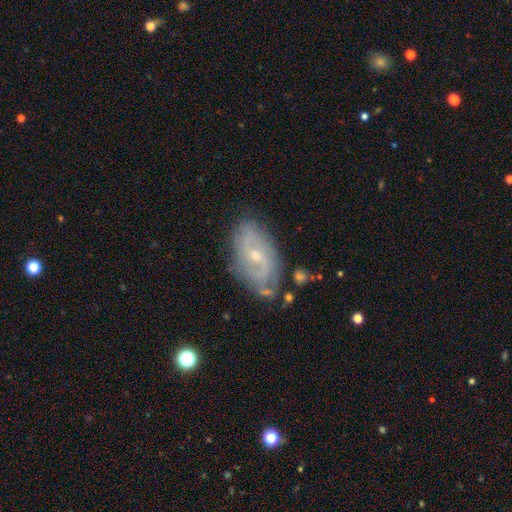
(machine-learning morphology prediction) smooth-or-featured: featured or disk: 77% | smooth: 15% | star or artifact: 7%
  disk-edge-on: no: 95% | yes: 5%
    bar: no: 47% | weak: 44% | strong: 9%
    has-spiral-arms: yes: 89% | no: 11%
      spiral-winding: medium: 41% | tight: 39% | loose: 20%
      spiral-arm-count: 2: 52% | can't tell: 29% | 3: 9% | 1: 4% | 4: 4% | more than 4: 3%
    bulge-size: small: 64% | moderate: 33% | none: 1% | large: 1% | dominant: 1%
  merging: none: 66% | minor disturbance: 23% | major disturbance: 7% | merger: 4%